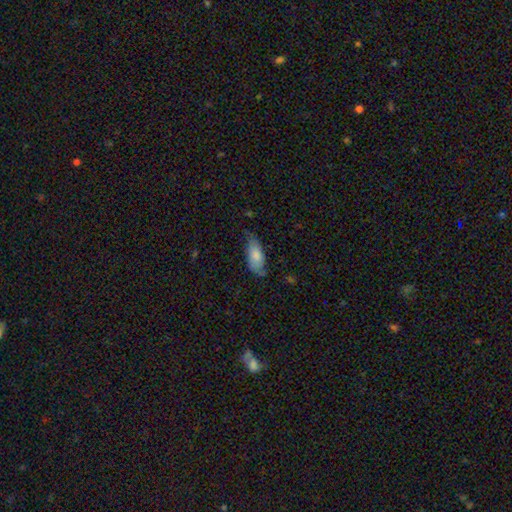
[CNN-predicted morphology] type=smooth (70%); roundness=in between (87%); merging=none (56%).